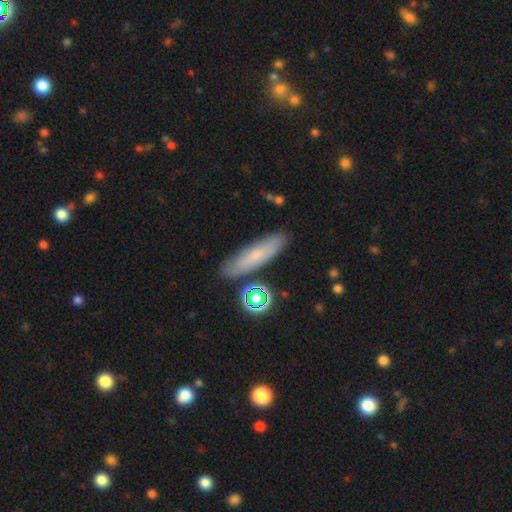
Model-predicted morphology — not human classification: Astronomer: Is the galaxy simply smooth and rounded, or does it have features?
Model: smooth — 66%.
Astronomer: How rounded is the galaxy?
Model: cigar-shaped — 69%.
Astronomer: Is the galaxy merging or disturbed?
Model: none — 82%.